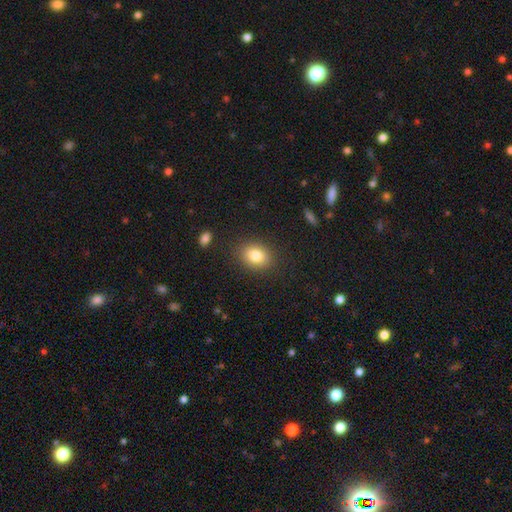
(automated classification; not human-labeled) smooth 82%, star or artifact 10%, featured or disk 9%. Down the decision tree: how rounded — in between (56%); merging — none (86%).